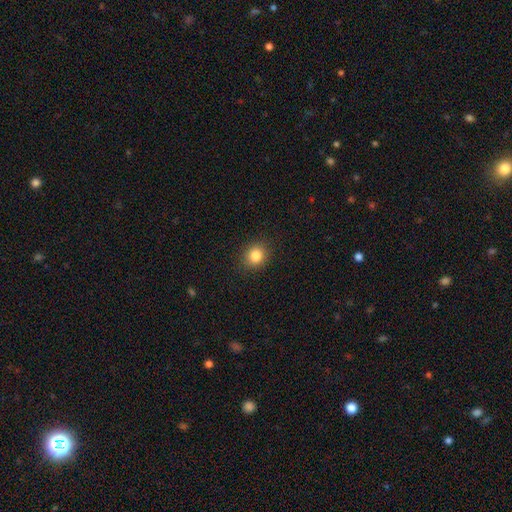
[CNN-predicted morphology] smooth 84%, star or artifact 11%, featured or disk 5%. Down the decision tree: how rounded — round (75%); merging — none (90%).